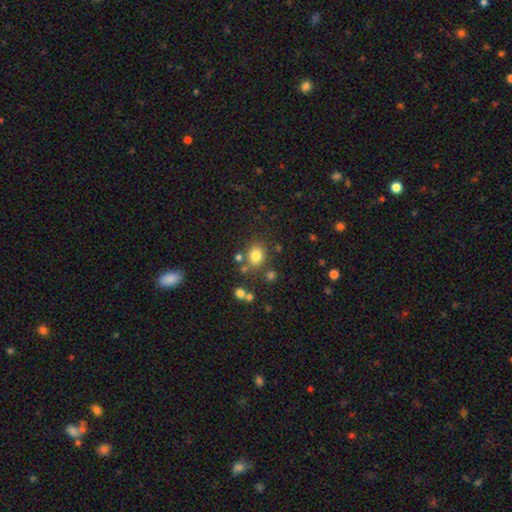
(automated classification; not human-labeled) smooth-or-featured: smooth: 78% | star or artifact: 14% | featured or disk: 8%
  how-rounded: round: 60% | in between: 39% | cigar-shaped: 1%
  merging: none: 74% | minor disturbance: 12% | merger: 10% | major disturbance: 4%